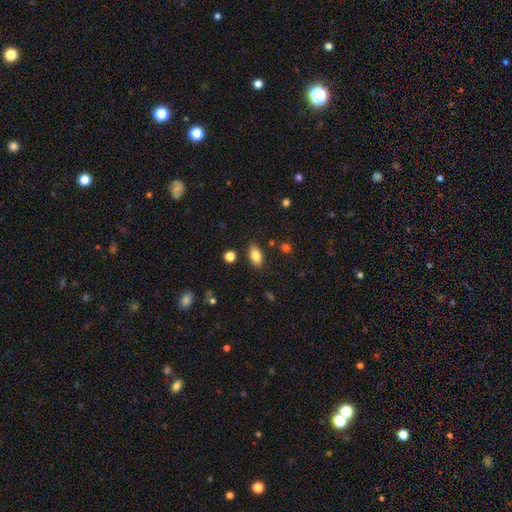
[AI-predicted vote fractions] Overall: smooth (82%). How rounded: in between (89%). Merging: none (84%).